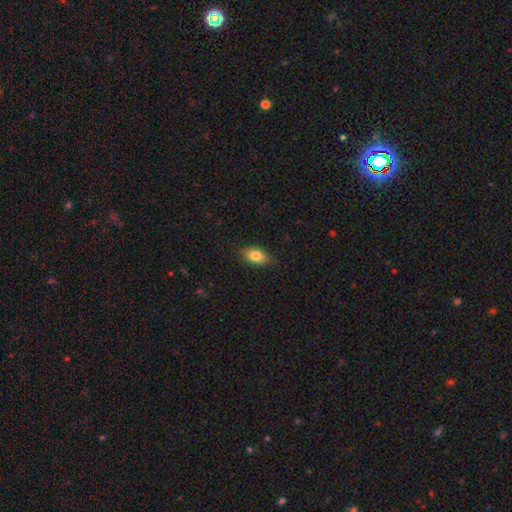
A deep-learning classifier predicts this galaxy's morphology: Q: Smooth or featured?
A: smooth (83%); runner-up: featured or disk (10%)
Q: How rounded?
A: in between (88%); runner-up: round (9%)
Q: Merging?
A: none (87%); runner-up: minor disturbance (10%)